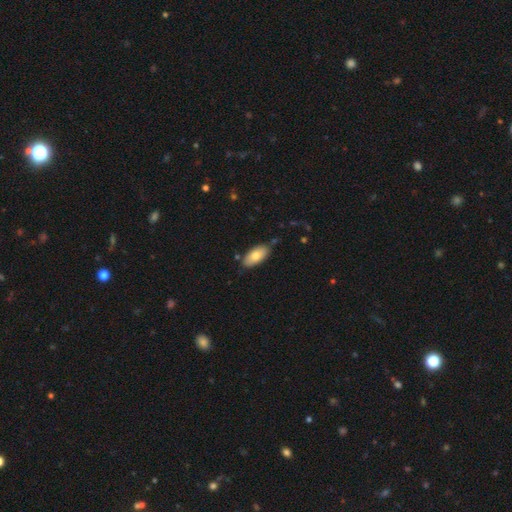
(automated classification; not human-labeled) smooth_or_featured: smooth (p=0.77) [alt: featured or disk p=0.16]
how_rounded: in between (p=0.91) [alt: cigar-shaped p=0.07]
merging: none (p=0.81) [alt: minor disturbance p=0.13]